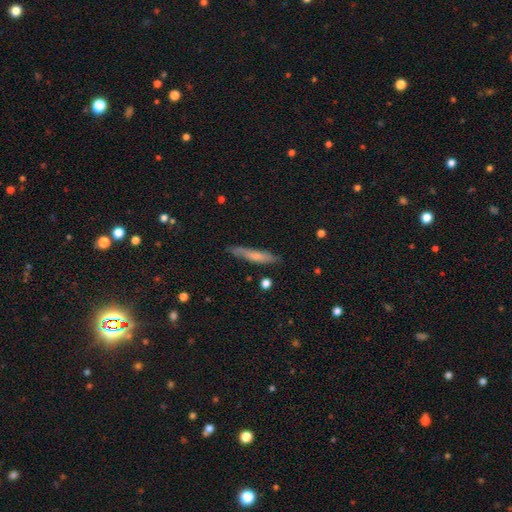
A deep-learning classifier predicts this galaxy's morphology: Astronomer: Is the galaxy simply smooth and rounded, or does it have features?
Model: smooth — 63%.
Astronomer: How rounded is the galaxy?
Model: cigar-shaped — 90%.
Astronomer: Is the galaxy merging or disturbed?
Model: none — 77%.